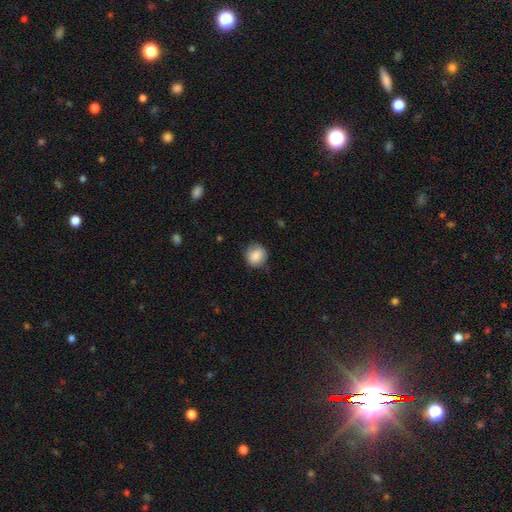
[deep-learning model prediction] Smooth or featured? Predicted: smooth (p=0.85). How rounded? Predicted: round (p=0.84). Merging? Predicted: none (p=0.77).